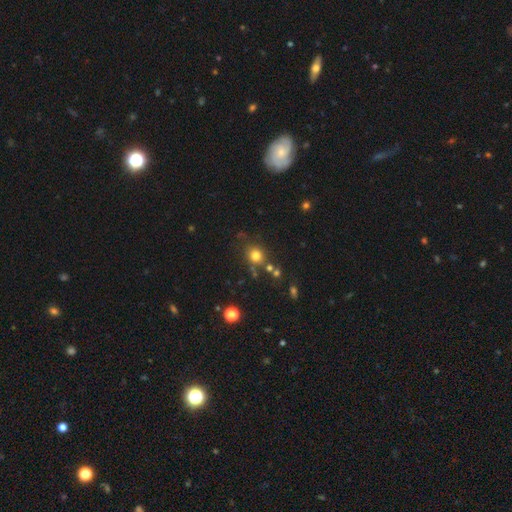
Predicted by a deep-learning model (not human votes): This is likely a smooth galaxy (76%). How rounded: likely round (79%). Merging: likely none (71%).